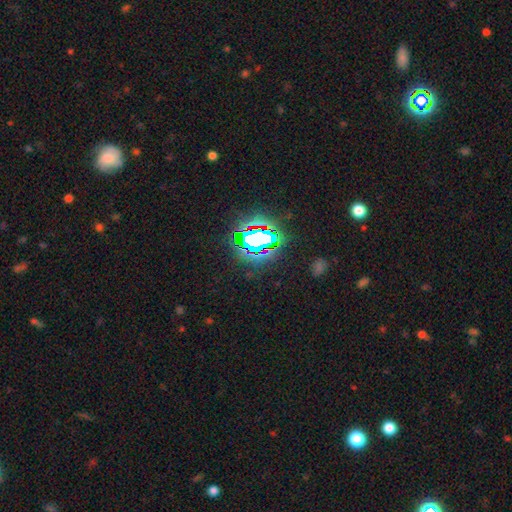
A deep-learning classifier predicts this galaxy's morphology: Smooth or featured: star or artifact — 82% (smooth — 11%)